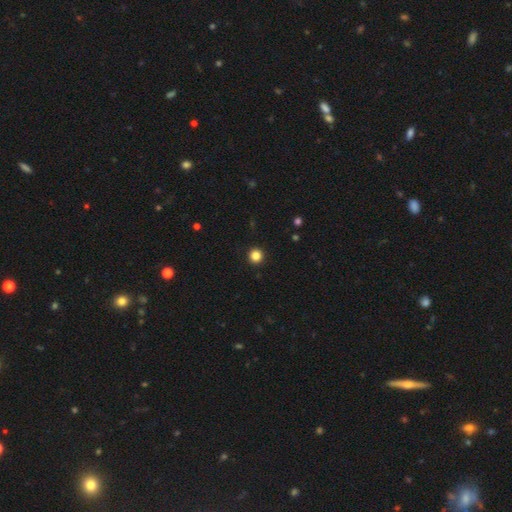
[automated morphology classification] A smooth galaxy with no disk features (85%) that is round (95%). Merging: none (94%).